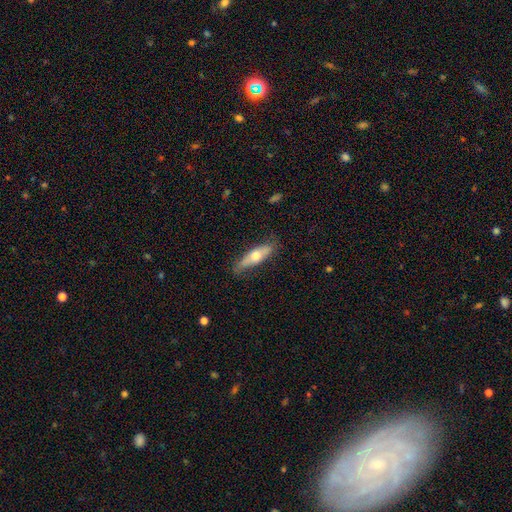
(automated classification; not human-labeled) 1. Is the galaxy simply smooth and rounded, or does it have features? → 55% smooth, 40% featured or disk, 6% star or artifact.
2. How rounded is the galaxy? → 58% cigar-shaped, 40% in between, 2% round.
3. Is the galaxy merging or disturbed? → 79% none, 17% minor disturbance, 3% major disturbance, 1% merger.